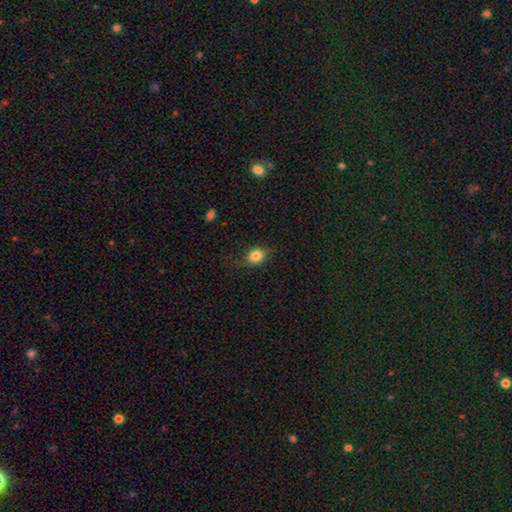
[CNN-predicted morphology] The model was most divided on "how rounded": round: 51%, in between: 47%, cigar-shaped: 1%. More confident: smooth or featured — smooth (83%); merging — none (73%).